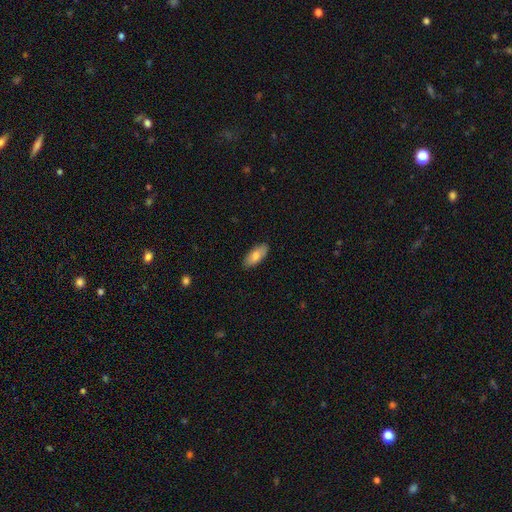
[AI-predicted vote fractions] smooth-or-featured: smooth: 77% | featured or disk: 17% | star or artifact: 6%
  how-rounded: in between: 87% | cigar-shaped: 11% | round: 2%
  merging: none: 88% | minor disturbance: 9% | major disturbance: 2% | merger: 1%